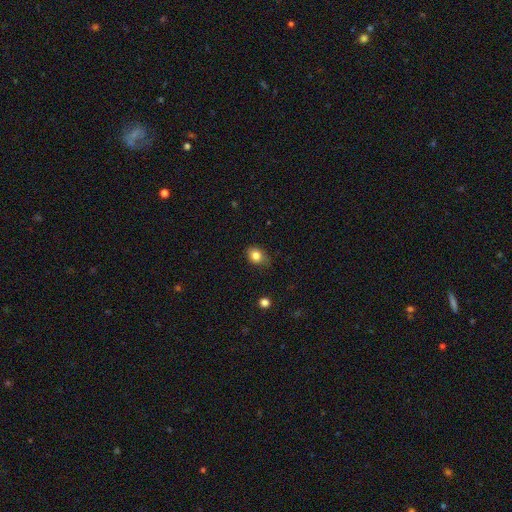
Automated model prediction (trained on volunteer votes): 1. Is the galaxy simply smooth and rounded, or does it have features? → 83% smooth, 10% star or artifact, 6% featured or disk.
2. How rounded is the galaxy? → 53% round, 46% in between, 1% cigar-shaped.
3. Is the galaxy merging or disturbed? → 74% none, 21% minor disturbance, 4% major disturbance, 1% merger.